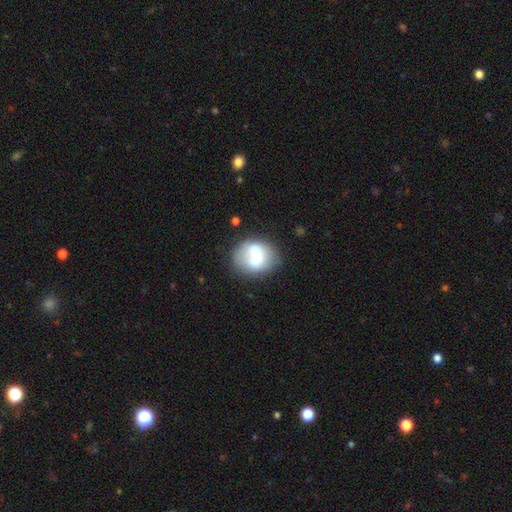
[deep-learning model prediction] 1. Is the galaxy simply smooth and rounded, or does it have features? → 66% smooth, 25% featured or disk, 8% star or artifact.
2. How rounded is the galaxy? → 52% round, 47% in between, 1% cigar-shaped.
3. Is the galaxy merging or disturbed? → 57% none, 24% minor disturbance, 11% major disturbance, 8% merger.